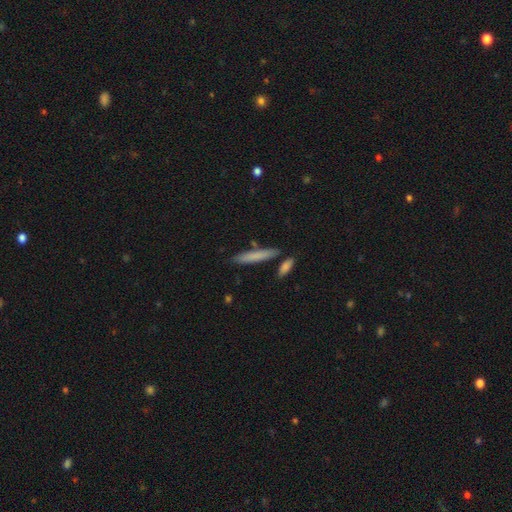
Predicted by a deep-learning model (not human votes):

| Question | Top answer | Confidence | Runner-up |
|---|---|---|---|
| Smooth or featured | smooth | 76% | featured or disk (18%) |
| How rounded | cigar-shaped | 91% | in between (7%) |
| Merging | none | 83% | minor disturbance (10%) |